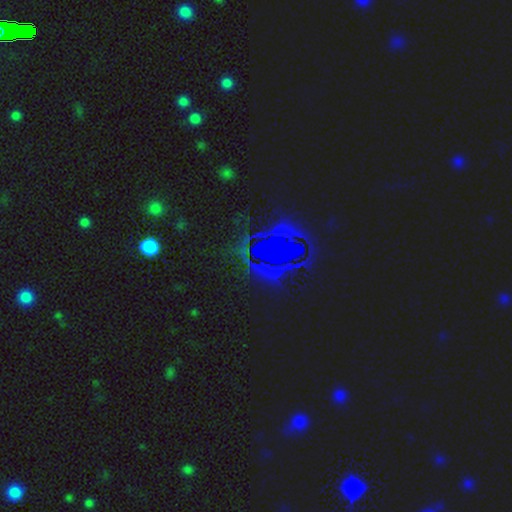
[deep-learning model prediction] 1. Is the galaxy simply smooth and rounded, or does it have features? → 74% star or artifact, 14% smooth, 12% featured or disk.